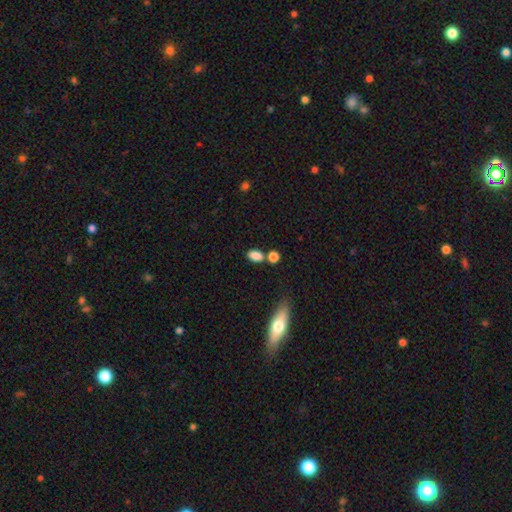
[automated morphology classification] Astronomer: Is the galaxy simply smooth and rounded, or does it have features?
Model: smooth — 84%.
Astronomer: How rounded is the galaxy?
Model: in between — 86%.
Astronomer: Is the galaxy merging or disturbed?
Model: none — 62%.